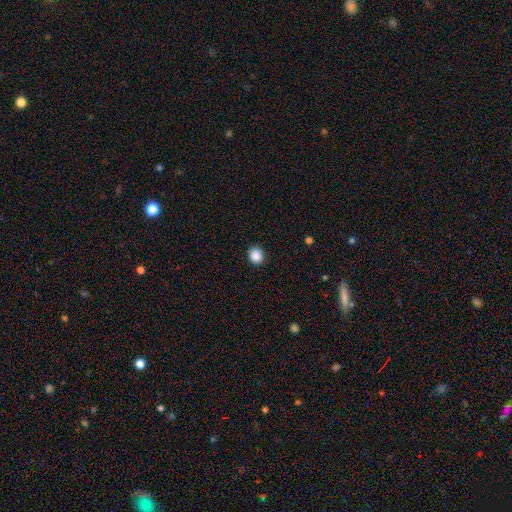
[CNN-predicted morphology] Q: Smooth or featured?
A: smooth (88%); runner-up: star or artifact (9%)
Q: How rounded?
A: round (79%); runner-up: in between (20%)
Q: Merging?
A: none (91%); runner-up: minor disturbance (6%)